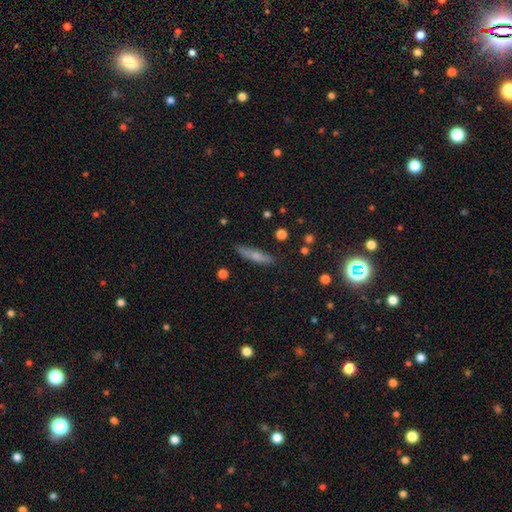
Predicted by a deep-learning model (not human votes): This appears to be a smooth galaxy with no disk features (65%) that is cigar-shaped (78%). Merging: none (85%).